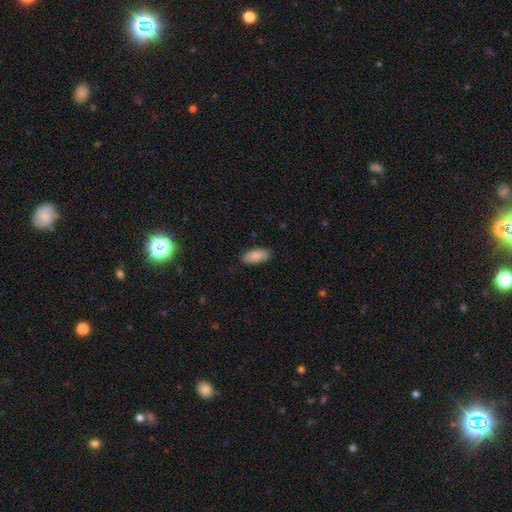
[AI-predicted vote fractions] Smooth or featured? smooth (88%)
How rounded? in between (87%)
Merging? none (85%)